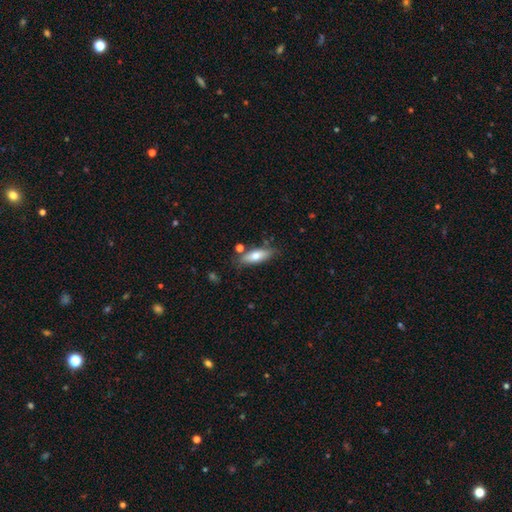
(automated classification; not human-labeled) smooth_or_featured: smooth (p=0.70) [alt: featured or disk p=0.24]
how_rounded: in between (p=0.65) [alt: cigar-shaped p=0.32]
merging: none (p=0.76) [alt: minor disturbance p=0.15]